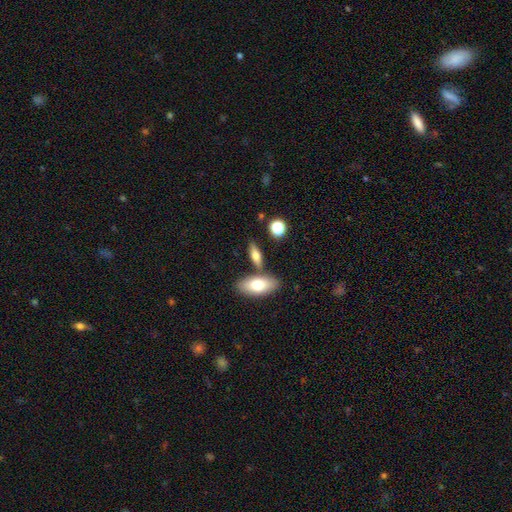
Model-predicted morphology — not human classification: Smooth or featured: smooth — 65% (featured or disk — 28%)
How rounded: in between — 60% (cigar-shaped — 34%)
Merging: none — 68% (merger — 18%)